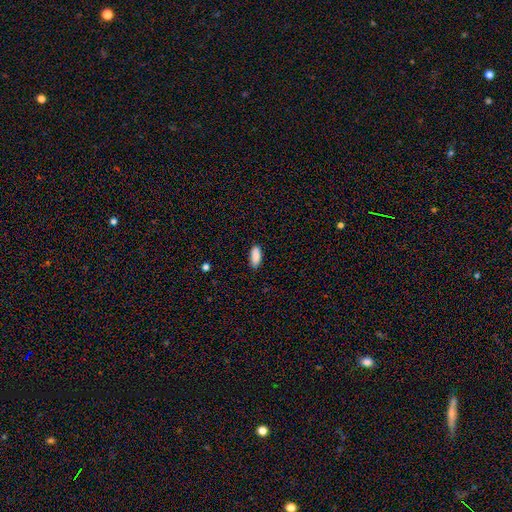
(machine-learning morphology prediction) The model was most divided on "how rounded": in between: 82%, cigar-shaped: 16%, round: 2%. More confident: smooth or featured — smooth (89%); merging — none (85%).